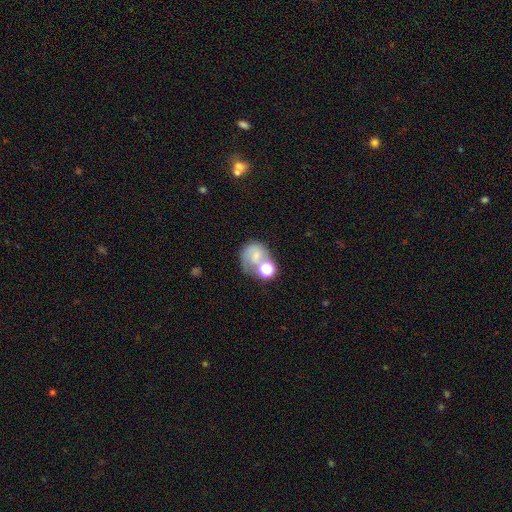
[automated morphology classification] A smooth galaxy with no disk features (56%) that is round (68%).

Vote fractions:
- Smooth or featured? smooth: 56% / featured or disk: 31% / star or artifact: 13%
- How rounded? round: 68% / in between: 31% / cigar-shaped: 1%
- Merging? merger: 37% / none: 32% / minor disturbance: 16% / major disturbance: 15%